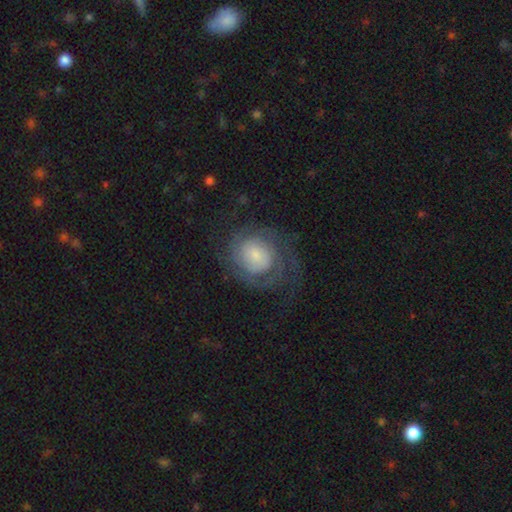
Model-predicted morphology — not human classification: type=featured or disk (70%); edge-on=no (98%); bar=no (70%); spiral arms=yes (90%); winding=tight (58%); arm count=2 (34%); bulge=small (55%); merging=none (65%).